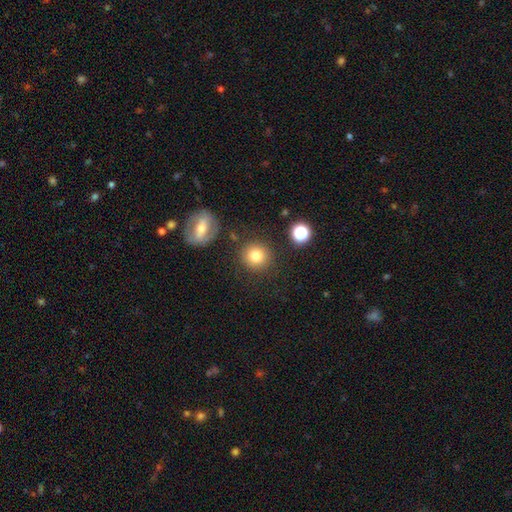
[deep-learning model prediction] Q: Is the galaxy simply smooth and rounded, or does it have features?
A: smooth — 81%.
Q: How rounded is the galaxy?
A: round — 91%.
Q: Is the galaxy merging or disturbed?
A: none — 83%.